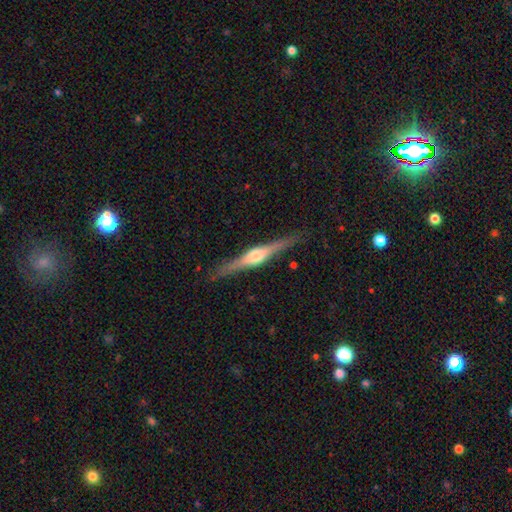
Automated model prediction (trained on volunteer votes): The model was most divided on "smooth or featured": featured or disk: 78%, smooth: 16%, star or artifact: 6%. More confident: edge-on disk — yes (98%); merging — none (87%); edge-on bulge — rounded (84%).